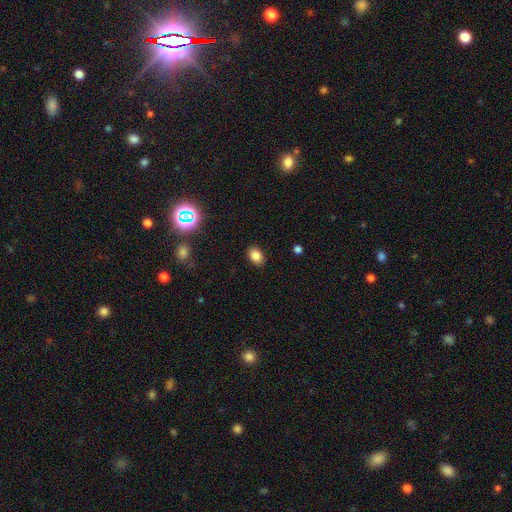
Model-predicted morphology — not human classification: A smooth galaxy with no disk features (83%) that is in between round and cigar-shaped (78%).

Vote fractions:
- Smooth or featured? smooth: 83% / star or artifact: 12% / featured or disk: 5%
- How rounded? in between: 78% / round: 21% / cigar-shaped: 1%
- Merging? none: 88% / minor disturbance: 9% / major disturbance: 2% / merger: 1%